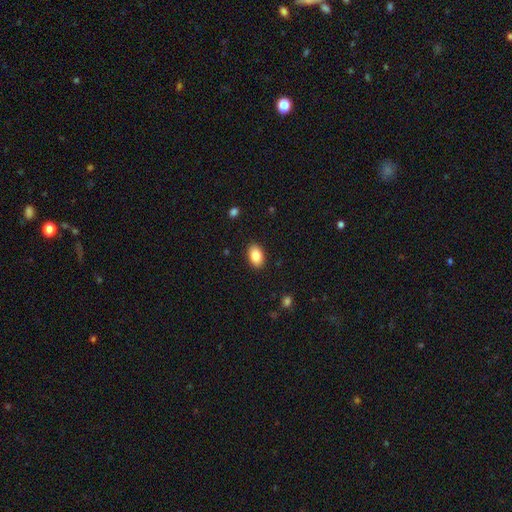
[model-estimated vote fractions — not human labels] Smooth or featured? Predicted: smooth (p=0.87). How rounded? Predicted: in between (p=0.89). Merging? Predicted: none (p=0.89).